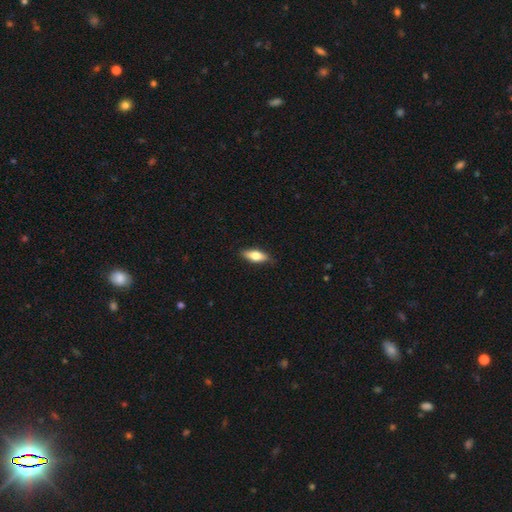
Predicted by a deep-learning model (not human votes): Overall: smooth (69%). How rounded: in between (71%). Merging: none (85%).